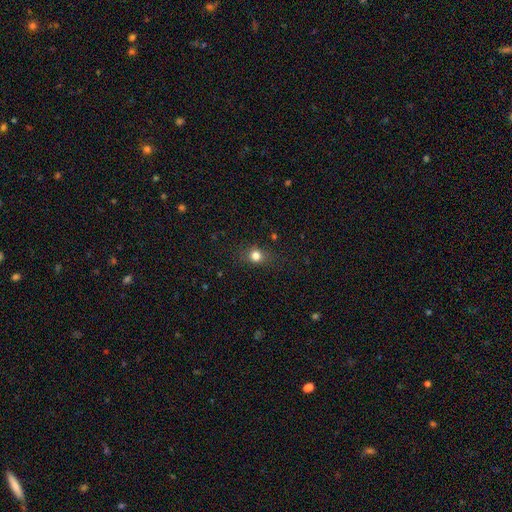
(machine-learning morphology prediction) Smooth or featured: smooth — 78% (star or artifact — 14%)
How rounded: round — 73% (in between — 25%)
Merging: none — 81% (minor disturbance — 13%)